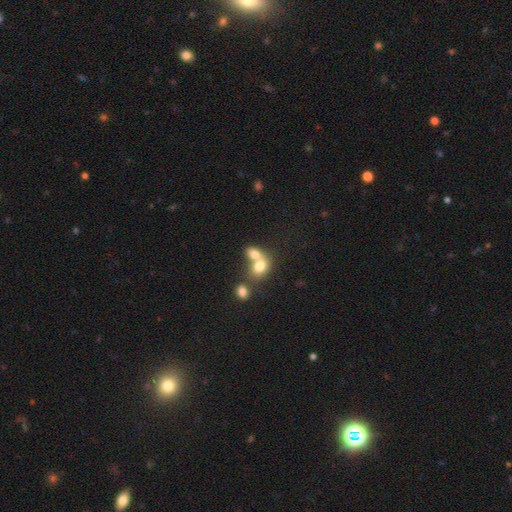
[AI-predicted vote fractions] A smooth galaxy with no disk features (74%) that is in between round and cigar-shaped (59%).

Vote fractions:
- Smooth or featured? smooth: 74% / featured or disk: 16% / star or artifact: 10%
- How rounded? in between: 59% / round: 39% / cigar-shaped: 2%
- Merging? merger: 69% / none: 21% / minor disturbance: 6% / major disturbance: 4%